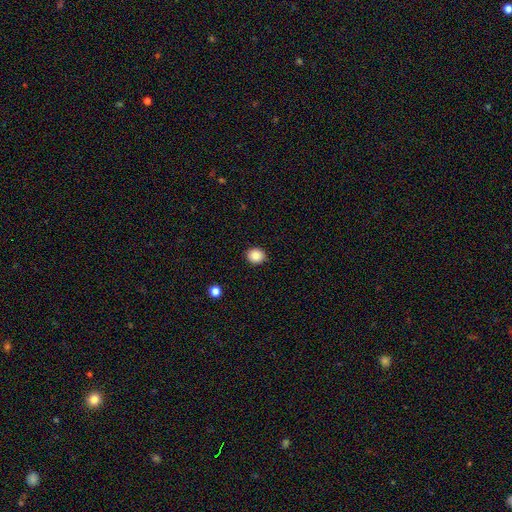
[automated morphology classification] Smooth or featured? smooth (88%)
How rounded? round (77%)
Merging? none (90%)